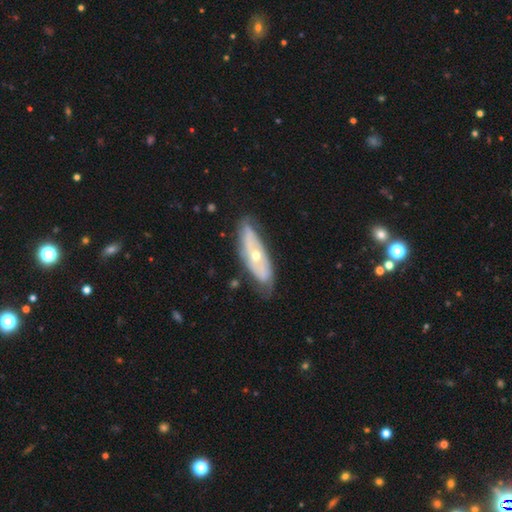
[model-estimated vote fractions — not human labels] Overall: featured or disk (65%; smooth 29%). Edge-on disk: no (73%). Merging: none (68%).